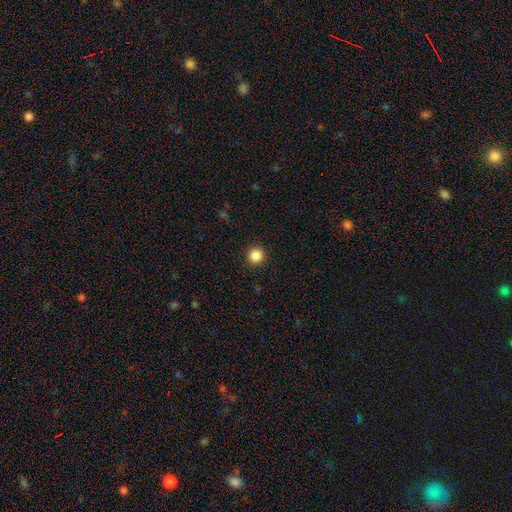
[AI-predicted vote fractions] Smooth or featured?
  - smooth: 86% *
  - star or artifact: 11%
  - featured or disk: 3%
How rounded?
  - round: 95% *
  - in between: 4%
  - cigar-shaped: 1%
Merging?
  - none: 93% *
  - minor disturbance: 5%
  - major disturbance: 2%
  - merger: 1%